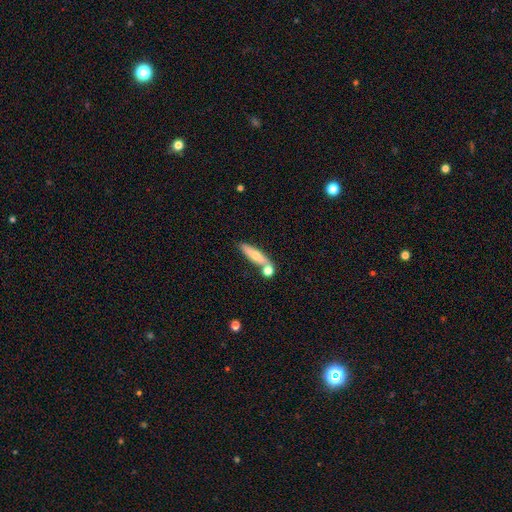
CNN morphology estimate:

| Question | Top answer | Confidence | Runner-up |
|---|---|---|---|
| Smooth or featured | smooth | 61% | featured or disk (32%) |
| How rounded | cigar-shaped | 70% | in between (26%) |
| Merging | none | 59% | merger (23%) |